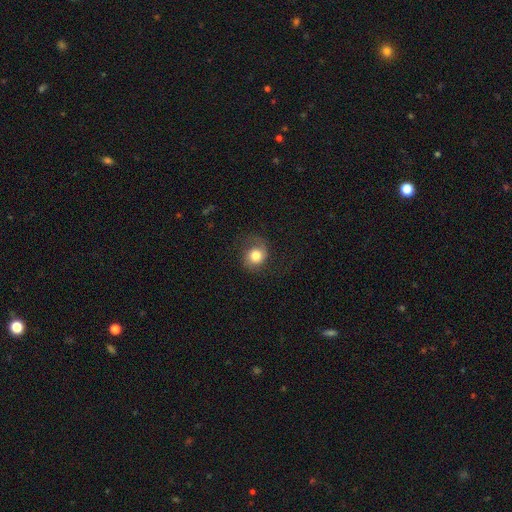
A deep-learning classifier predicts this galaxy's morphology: A smooth galaxy with no disk features (67%) that is round (76%). Merging: none (60%).